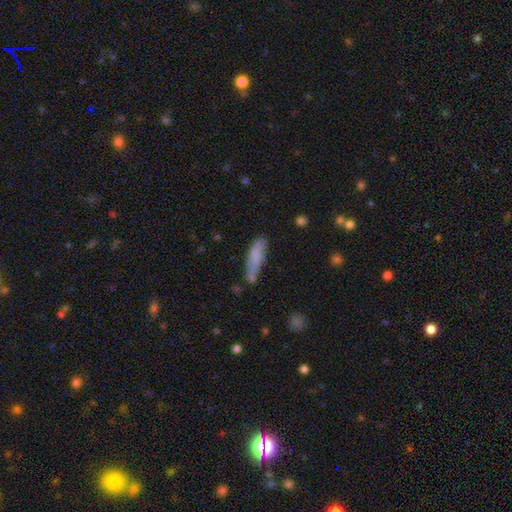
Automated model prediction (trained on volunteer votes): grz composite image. It shows a smooth galaxy with no disk features (74%) that is cigar-shaped (62%). Merging: none (49%).